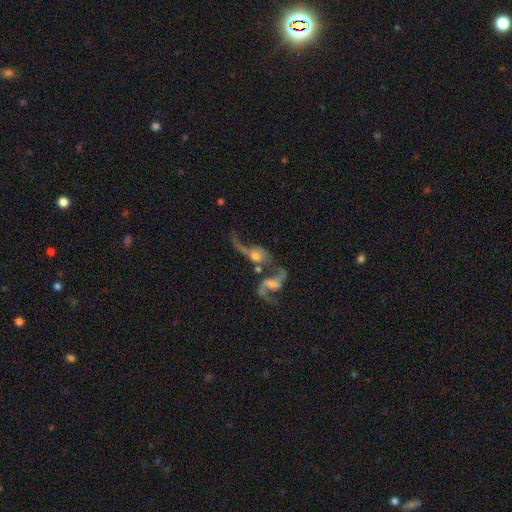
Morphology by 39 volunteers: Q: Smooth or featured?
A: featured or disk (74%); runner-up: smooth (18%)
Q: Edge-on disk?
A: no (93%); runner-up: yes (7%)
Q: Bar?
A: no (56%); runner-up: weak (37%)
Q: Spiral arms?
A: yes (93%); runner-up: no (7%)
Q: Spiral winding?
A: loose (84%); runner-up: medium (16%)
Q: Spiral arm count?
A: 2 (52%); runner-up: 1 (44%)
Q: Bulge size?
A: moderate (70%); runner-up: small (19%)
Q: Merging?
A: merger (58%); runner-up: major disturbance (22%)